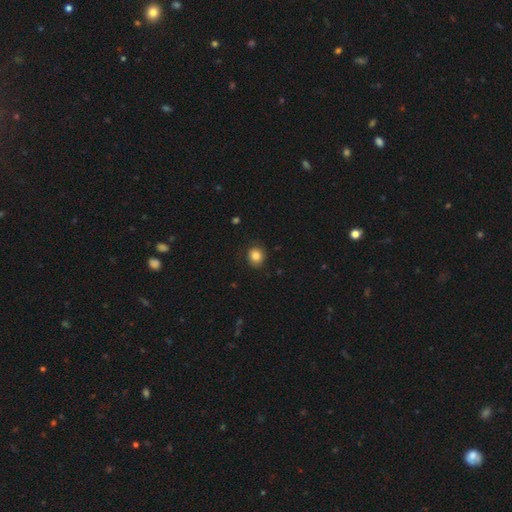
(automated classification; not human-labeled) Overall: smooth (83%). How rounded: round (79%). Merging: none (85%).